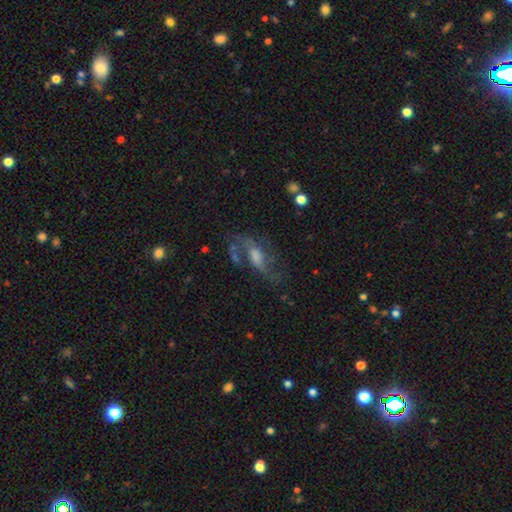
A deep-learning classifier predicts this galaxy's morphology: Smooth or featured?
  - featured or disk: 75% *
  - smooth: 15%
  - star or artifact: 11%
Edge-on disk?
  - no: 90% *
  - yes: 10%
Bar?
  - weak: 46% *
  - no: 37%
  - strong: 17%
Spiral arms?
  - yes: 88% *
  - no: 12%
Spiral winding?
  - loose: 54% *
  - medium: 36%
  - tight: 10%
Spiral arm count?
  - 2: 76% *
  - can't tell: 11%
  - 3: 5%
  - 1: 4%
  - 4: 2%
  - more than 4: 2%
Bulge size?
  - moderate: 44% *
  - small: 24%
  - large: 18%
  - none: 12%
  - dominant: 2%
Merging?
  - none: 57% *
  - major disturbance: 19%
  - minor disturbance: 19%
  - merger: 5%